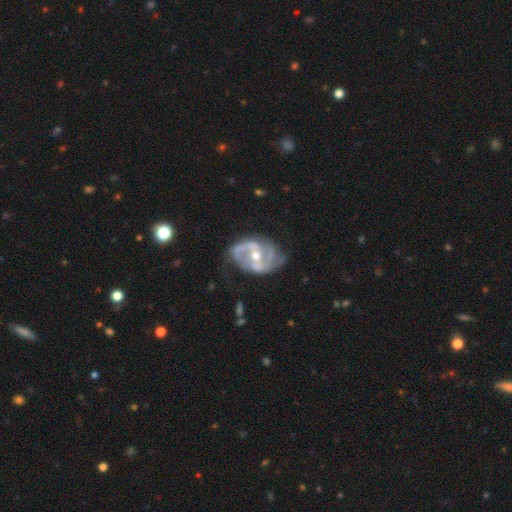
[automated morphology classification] This appears to be a featured or disk galaxy (91%) with a weak bar (38%), 2 (81%) medium (50%) spiral arms (96%) and a moderate central bulge (60%). Merging: none (64%).